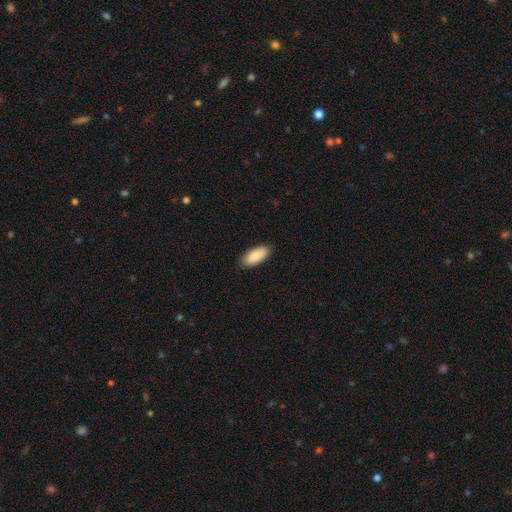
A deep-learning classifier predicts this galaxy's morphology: This appears to be a smooth galaxy with no disk features (87%) that is in between round and cigar-shaped (89%). Merging: none (86%).